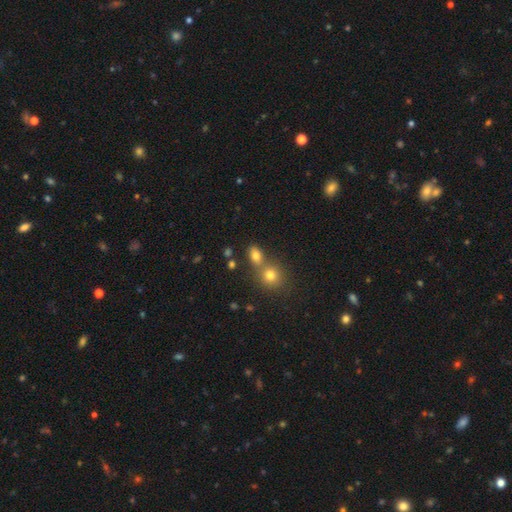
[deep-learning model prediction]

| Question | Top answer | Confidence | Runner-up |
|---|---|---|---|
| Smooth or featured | smooth | 77% | star or artifact (14%) |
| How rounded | in between | 72% | round (25%) |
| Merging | none | 51% | merger (36%) |